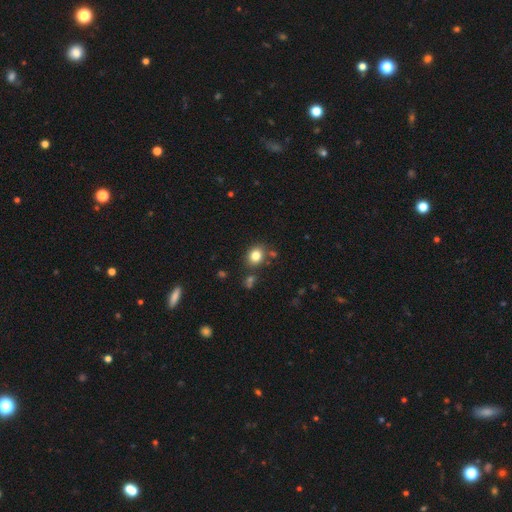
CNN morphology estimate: Smooth or featured? smooth (82%)
How rounded? round (58%)
Merging? none (78%)